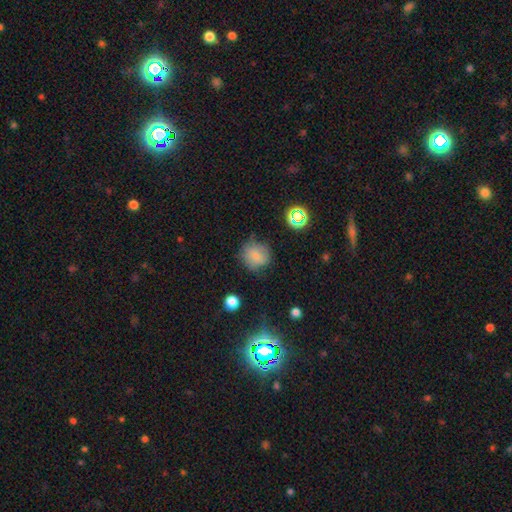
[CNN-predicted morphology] smooth 74%, star or artifact 14%, featured or disk 13%. Down the decision tree: how rounded — round (84%); merging — none (67%).